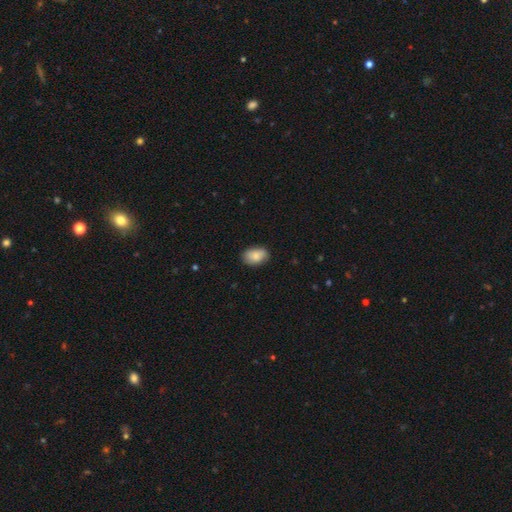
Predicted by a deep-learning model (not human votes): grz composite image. It shows a smooth galaxy with no disk features (84%) that is in between round and cigar-shaped (87%). Merging: none (84%).